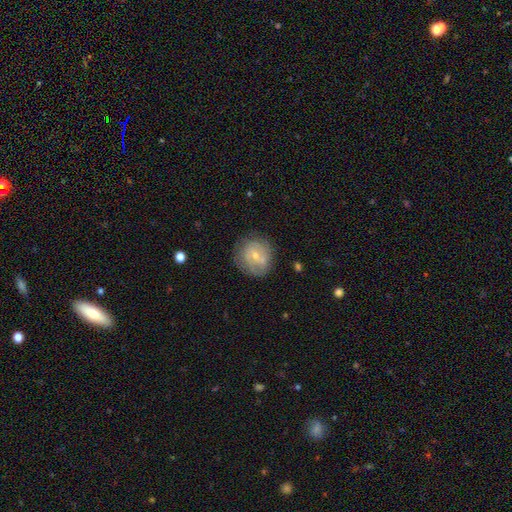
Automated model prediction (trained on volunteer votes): The model was most divided on "smooth or featured": featured or disk: 49%, smooth: 43%, star or artifact: 8%. More confident: merging — none (68%).